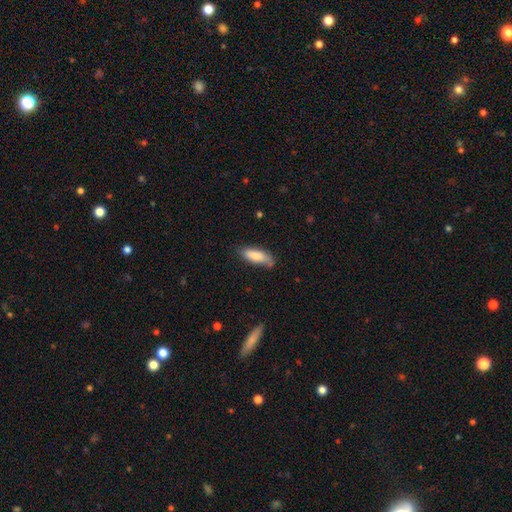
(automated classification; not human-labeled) Smooth or featured? Predicted: smooth (p=0.83). How rounded? Predicted: in between (p=0.61). Merging? Predicted: none (p=0.66).